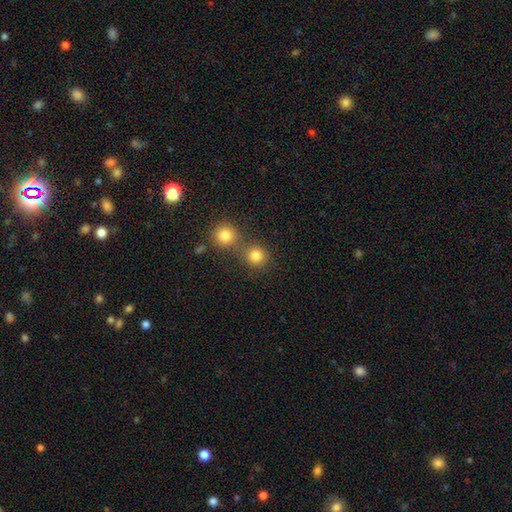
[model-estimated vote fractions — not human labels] smooth 81%, star or artifact 13%, featured or disk 6%. Down the decision tree: how rounded — round (90%); merging — none (63%).